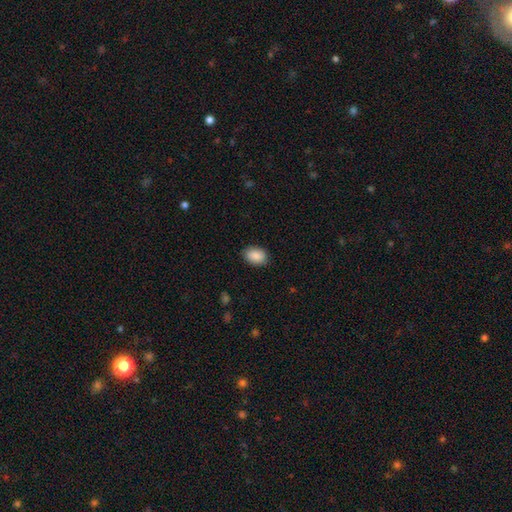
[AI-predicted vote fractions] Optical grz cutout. It shows a smooth galaxy with no disk features (90%) that is in between round and cigar-shaped (82%). Merging: none (85%).